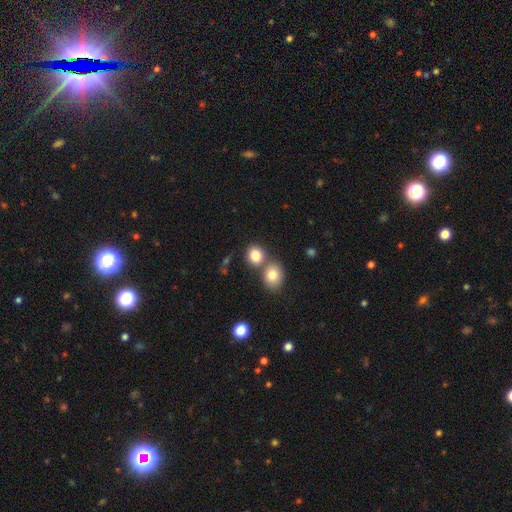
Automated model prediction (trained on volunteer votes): Overall: smooth (81%). How rounded: round (71%). Merging: none (52%; merger 36%).